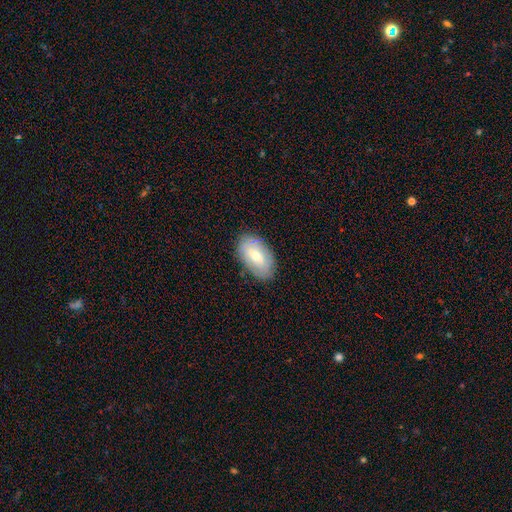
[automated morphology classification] smooth-or-featured: smooth: 53% | featured or disk: 41% | star or artifact: 7%
  how-rounded: in between: 92% | round: 6% | cigar-shaped: 2%
  merging: none: 84% | minor disturbance: 12% | major disturbance: 3% | merger: 1%